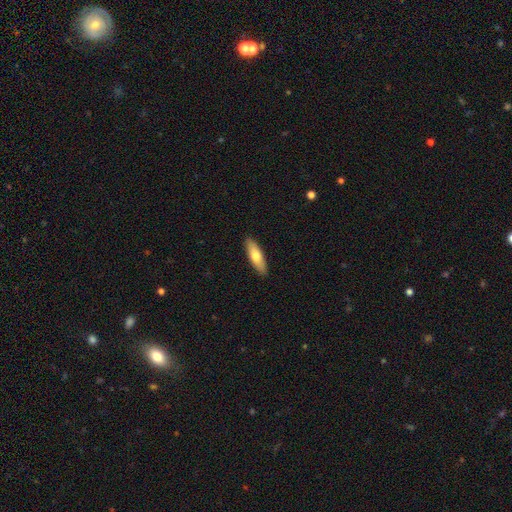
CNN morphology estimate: Smooth or featured?
  - smooth: 69% *
  - featured or disk: 26%
  - star or artifact: 5%
How rounded?
  - cigar-shaped: 54% *
  - in between: 44%
  - round: 2%
Merging?
  - none: 90% *
  - minor disturbance: 7%
  - major disturbance: 2%
  - merger: 1%